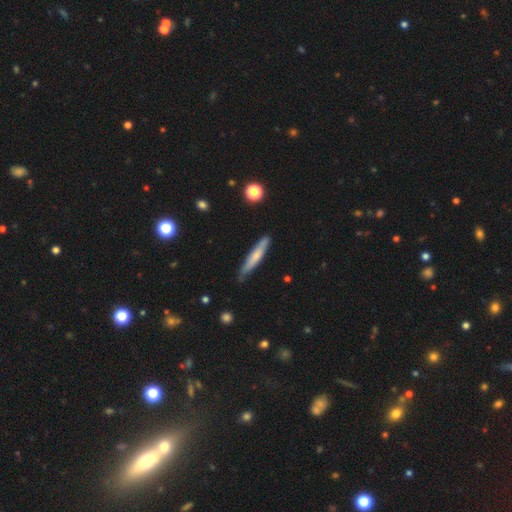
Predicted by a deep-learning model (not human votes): The model was most divided on "smooth or featured": smooth: 60%, featured or disk: 34%, star or artifact: 5%. More confident: how rounded — cigar-shaped (93%); merging — none (78%).